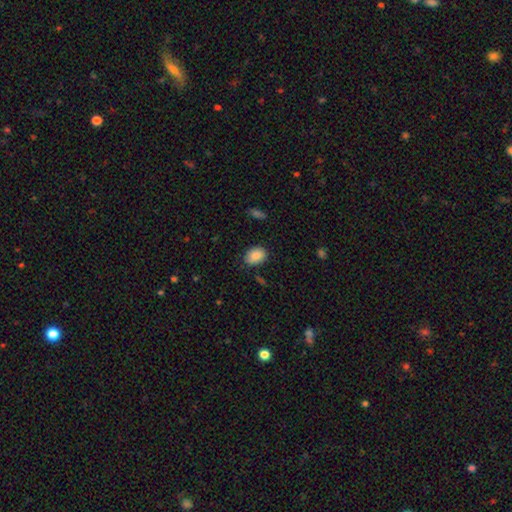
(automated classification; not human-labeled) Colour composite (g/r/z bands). It shows a smooth galaxy with no disk features (85%) that is in between round and cigar-shaped (72%). Merging: none (79%).